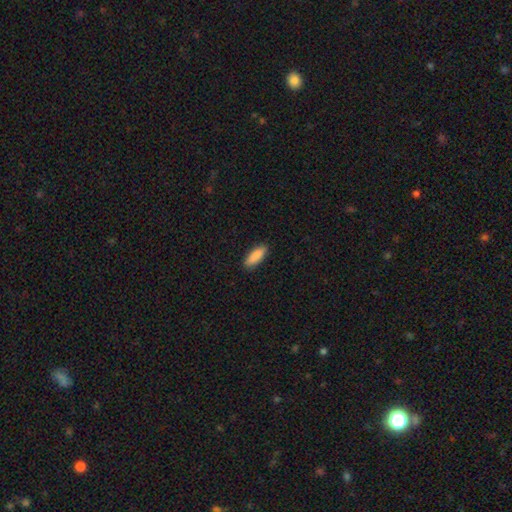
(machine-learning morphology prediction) Smooth or featured? smooth (89%)
How rounded? in between (62%)
Merging? none (89%)